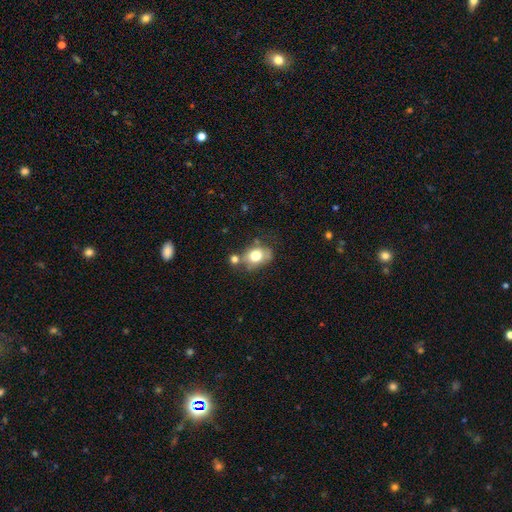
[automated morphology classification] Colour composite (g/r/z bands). It shows a smooth galaxy with no disk features (72%) that is in between round and cigar-shaped (68%). Merging: none (49%).